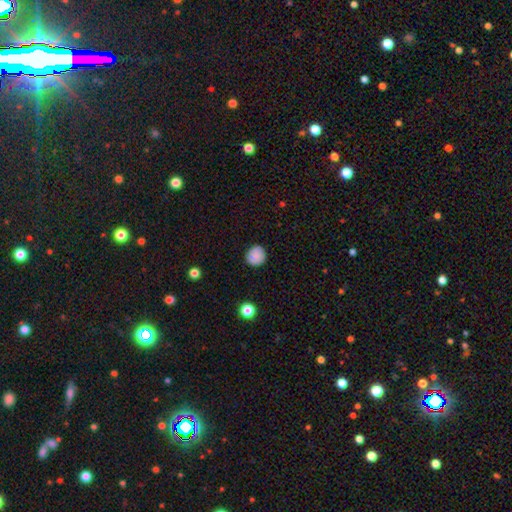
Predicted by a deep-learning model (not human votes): smooth_or_featured: smooth (p=0.87) [alt: star or artifact p=0.09]
how_rounded: round (p=0.88) [alt: in between p=0.11]
merging: none (p=0.89) [alt: minor disturbance p=0.08]